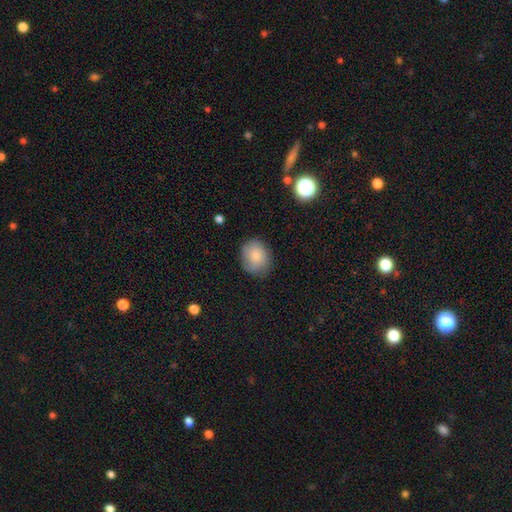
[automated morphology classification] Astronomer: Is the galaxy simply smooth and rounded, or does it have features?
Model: smooth — 78%.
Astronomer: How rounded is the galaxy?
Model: round — 64%.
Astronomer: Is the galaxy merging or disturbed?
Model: none — 77%.